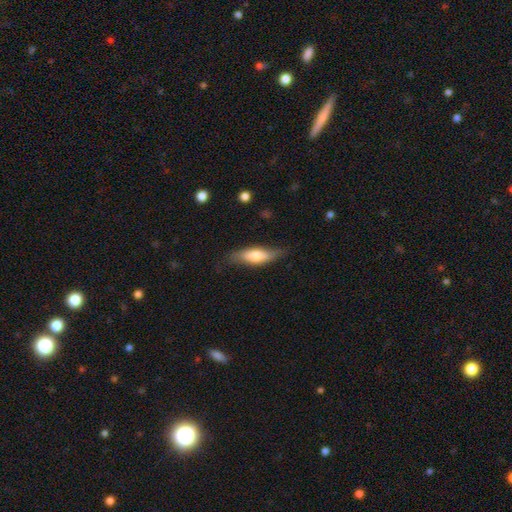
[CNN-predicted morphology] The model was most divided on "how rounded": in between: 61%, cigar-shaped: 36%, round: 3%. More confident: merging — none (69%); smooth or featured — smooth (60%).